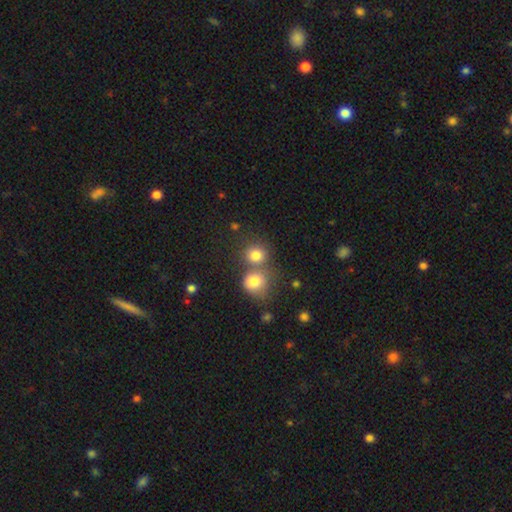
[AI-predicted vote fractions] smooth 80%, star or artifact 12%, featured or disk 8%. Down the decision tree: how rounded — round (81%); merging — none (47%).